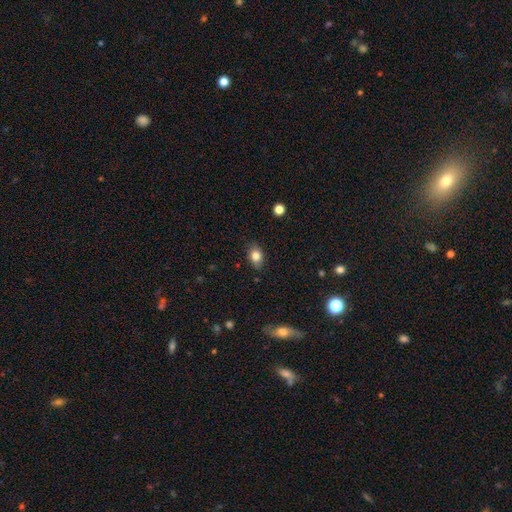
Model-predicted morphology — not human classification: smooth_or_featured: smooth (p=0.82) [alt: featured or disk p=0.09]
how_rounded: in between (p=0.80) [alt: round p=0.19]
merging: none (p=0.84) [alt: minor disturbance p=0.12]